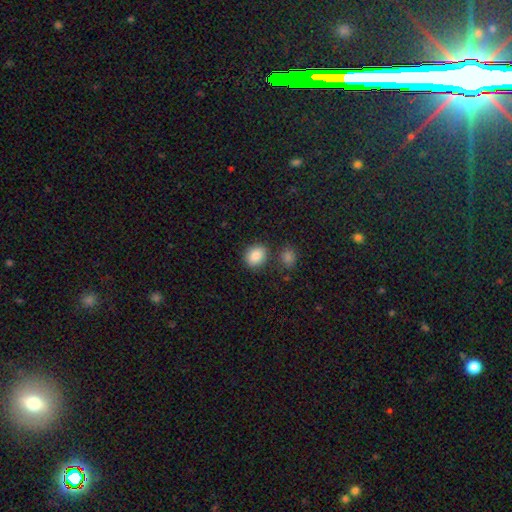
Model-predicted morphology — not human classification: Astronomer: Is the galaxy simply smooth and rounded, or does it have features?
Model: smooth — 87%.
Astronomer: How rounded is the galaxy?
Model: round — 56% (runner-up: in between, 43%).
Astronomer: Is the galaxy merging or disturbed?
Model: none — 77%.